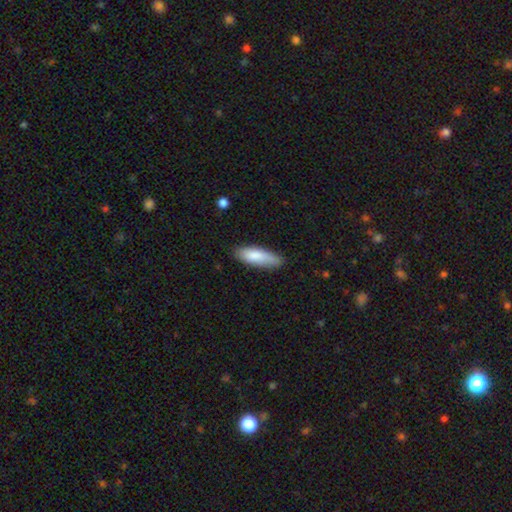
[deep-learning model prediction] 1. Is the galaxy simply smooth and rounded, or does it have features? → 83% smooth, 11% featured or disk, 6% star or artifact.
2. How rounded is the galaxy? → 53% in between, 45% cigar-shaped, 2% round.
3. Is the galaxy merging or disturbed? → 77% none, 18% minor disturbance, 3% major disturbance, 2% merger.